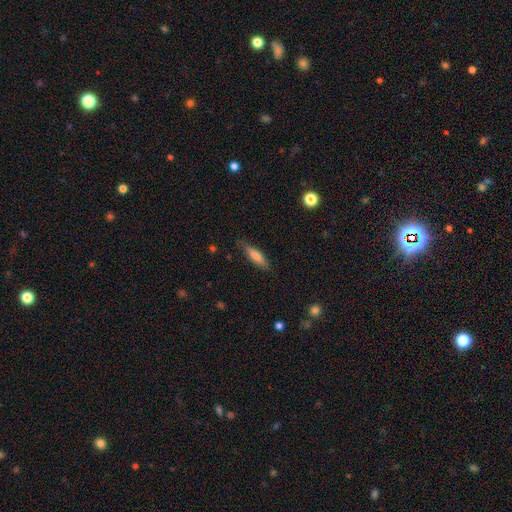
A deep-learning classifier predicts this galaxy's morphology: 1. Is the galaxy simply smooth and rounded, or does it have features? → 68% smooth, 25% featured or disk, 7% star or artifact.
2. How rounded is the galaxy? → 72% cigar-shaped, 26% in between, 2% round.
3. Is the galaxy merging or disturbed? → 83% none, 13% minor disturbance, 3% major disturbance, 1% merger.